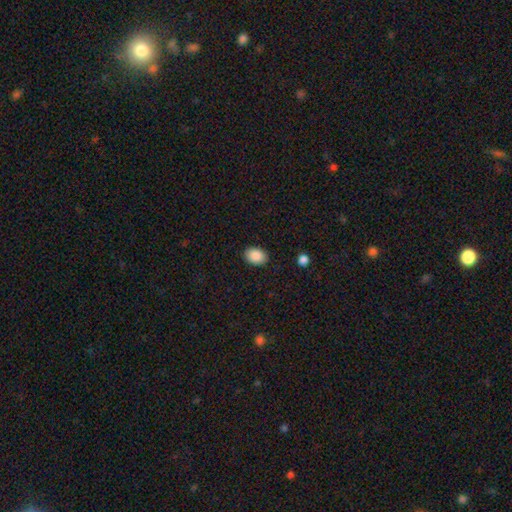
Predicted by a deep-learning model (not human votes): This appears to be a smooth galaxy with no disk features (88%) that is in between round and cigar-shaped (76%). Merging: none (89%).